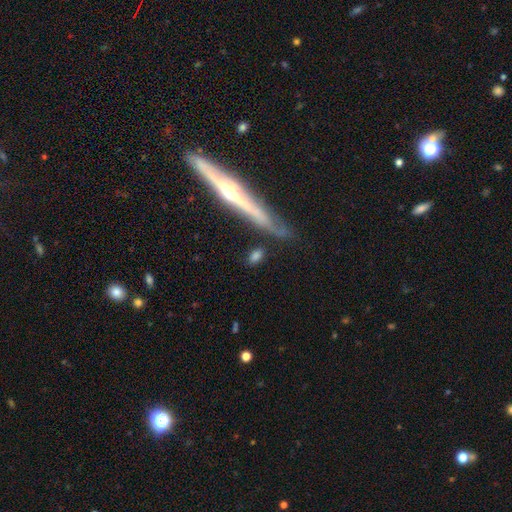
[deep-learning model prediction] This appears to be a smooth galaxy with no disk features (75%) that is in between round and cigar-shaped (73%). Merging: none (73%).